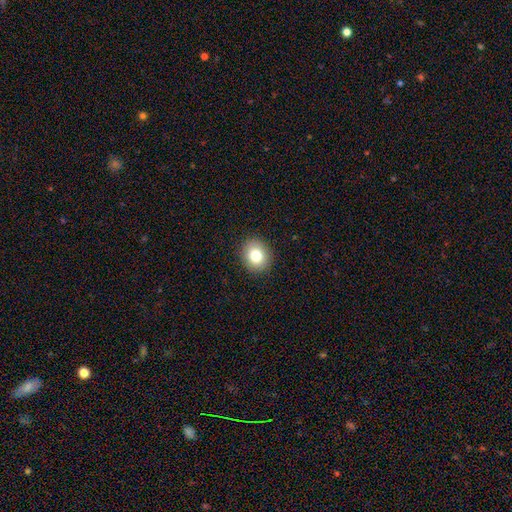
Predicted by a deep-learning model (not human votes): Smooth or featured? smooth (80%)
How rounded? round (63%)
Merging? none (90%)